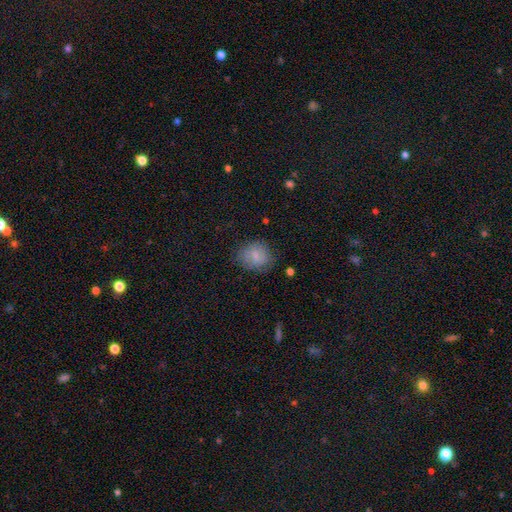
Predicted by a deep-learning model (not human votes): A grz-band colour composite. It shows a smooth galaxy with no disk features (75%) that is round (63%). Merging: none (69%).